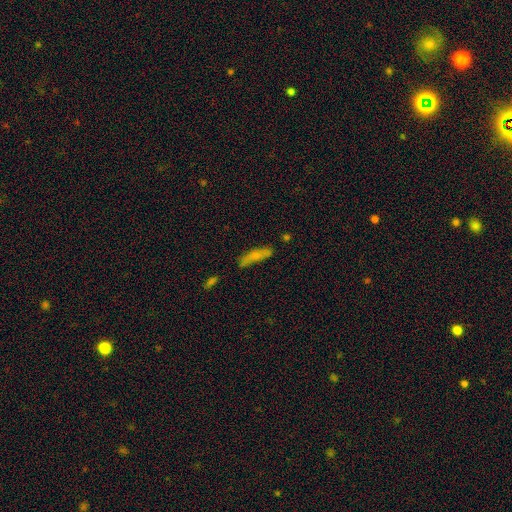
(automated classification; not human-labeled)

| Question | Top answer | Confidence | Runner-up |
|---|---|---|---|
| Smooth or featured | smooth | 72% | featured or disk (19%) |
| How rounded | cigar-shaped | 72% | in between (25%) |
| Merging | none | 68% | minor disturbance (22%) |